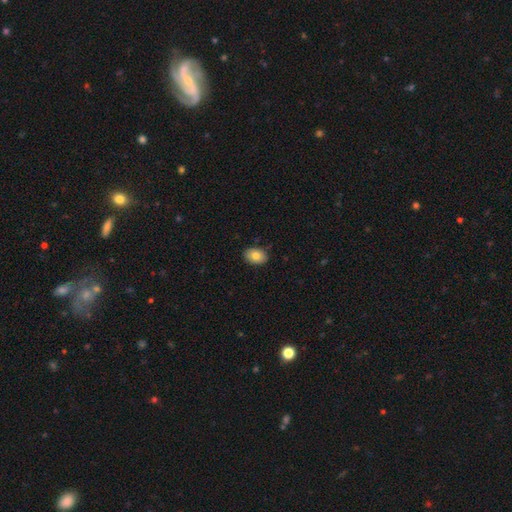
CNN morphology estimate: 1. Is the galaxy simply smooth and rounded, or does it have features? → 79% smooth, 13% featured or disk, 8% star or artifact.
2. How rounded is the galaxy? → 81% in between, 18% round, 1% cigar-shaped.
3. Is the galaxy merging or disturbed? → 87% none, 11% minor disturbance, 2% major disturbance, 1% merger.